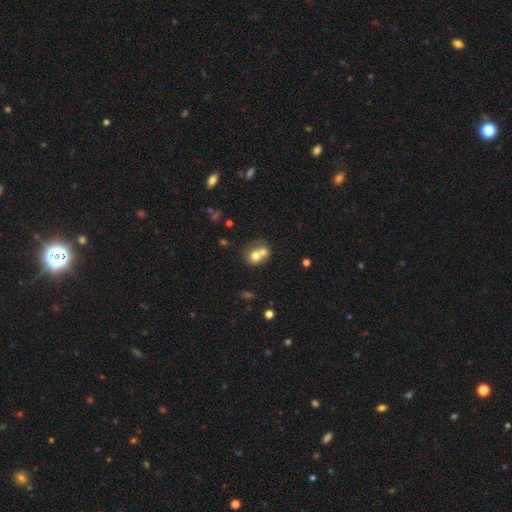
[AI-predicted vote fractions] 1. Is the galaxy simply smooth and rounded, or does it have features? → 67% smooth, 22% featured or disk, 11% star or artifact.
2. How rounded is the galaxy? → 67% round, 32% in between, 1% cigar-shaped.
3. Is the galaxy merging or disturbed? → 65% merger, 25% none, 6% minor disturbance, 3% major disturbance.